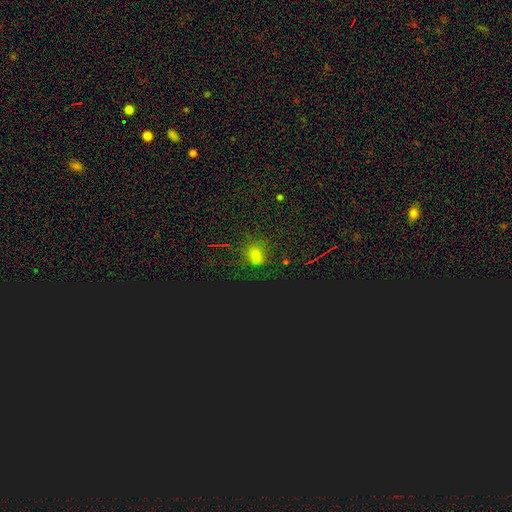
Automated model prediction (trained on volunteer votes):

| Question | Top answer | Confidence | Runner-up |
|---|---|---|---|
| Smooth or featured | smooth | 49% | star or artifact (43%) |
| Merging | none | 69% | minor disturbance (18%) |